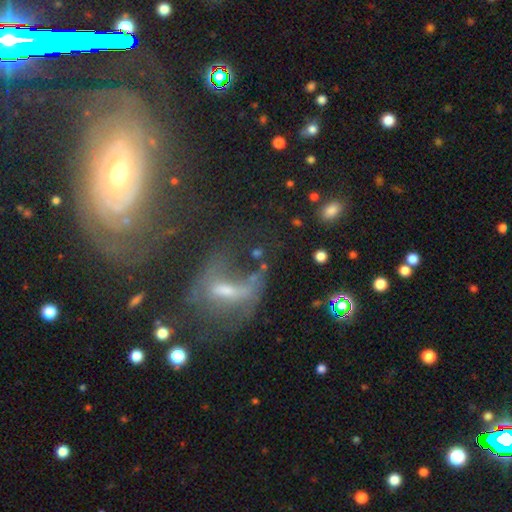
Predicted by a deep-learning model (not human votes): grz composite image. It shows a featured or disk galaxy (59%) with no bar (46%), spiral arms (59%) and a small central bulge (43%). Merging: none (37%).